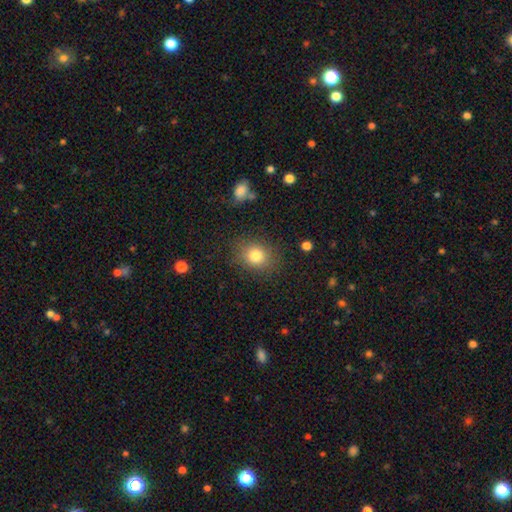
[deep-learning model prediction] Smooth or featured: smooth — 80% (star or artifact — 12%)
How rounded: round — 60% (in between — 39%)
Merging: none — 84% (minor disturbance — 11%)